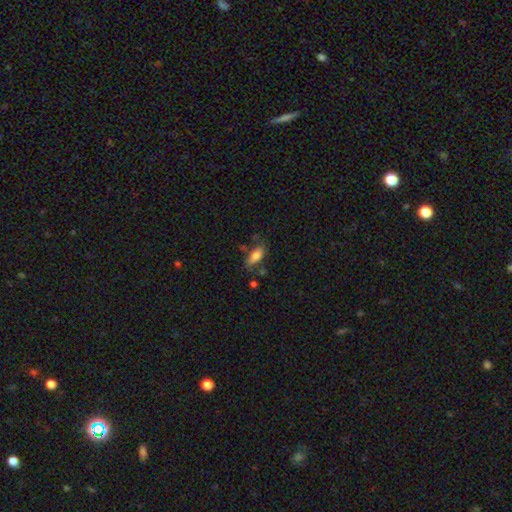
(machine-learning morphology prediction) Smooth or featured? Predicted: smooth (p=0.75). How rounded? Predicted: in between (p=0.82). Merging? Predicted: none (p=0.58).